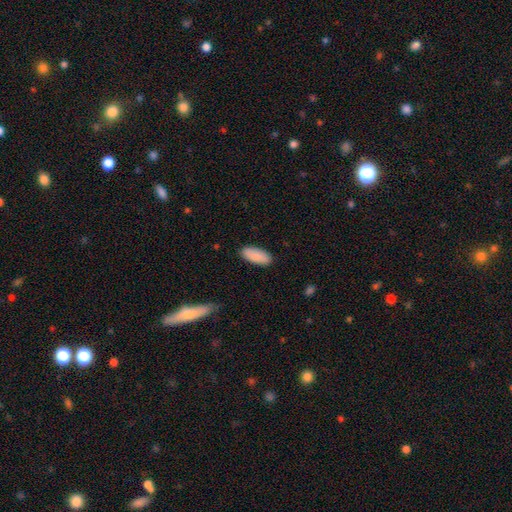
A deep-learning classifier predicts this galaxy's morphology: Smooth or featured? smooth (90%)
How rounded? in between (85%)
Merging? none (88%)